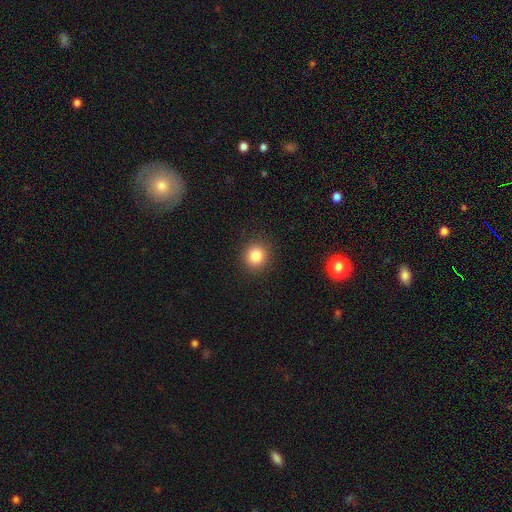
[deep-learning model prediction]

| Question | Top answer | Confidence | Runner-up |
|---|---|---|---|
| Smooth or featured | smooth | 83% | star or artifact (11%) |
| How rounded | round | 91% | in between (8%) |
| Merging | none | 91% | minor disturbance (6%) |